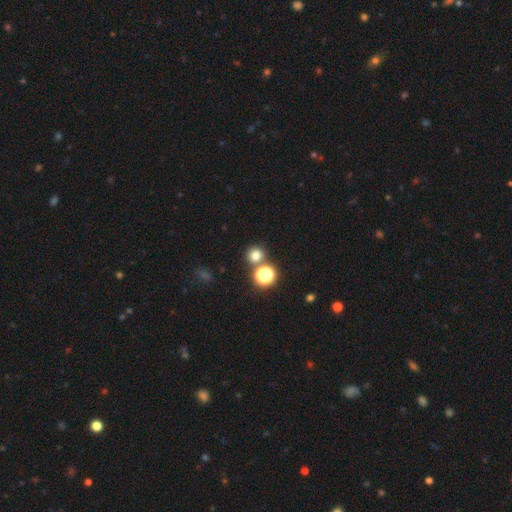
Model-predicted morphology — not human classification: A smooth galaxy with no disk features (73%) that is round (90%).

Vote fractions:
- Smooth or featured? smooth: 73% / star or artifact: 21% / featured or disk: 6%
- How rounded? round: 90% / in between: 9% / cigar-shaped: 1%
- Merging? none: 75% / merger: 15% / minor disturbance: 7% / major disturbance: 3%